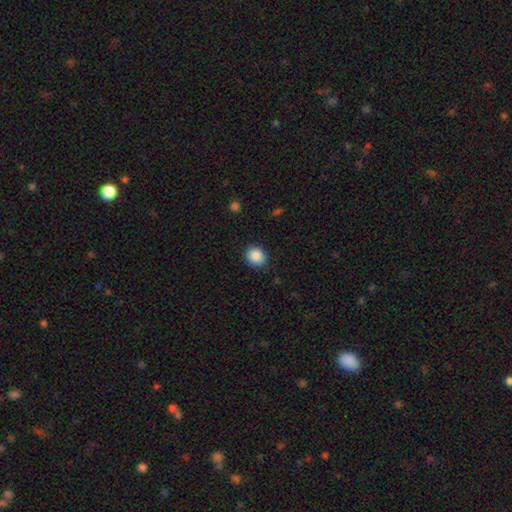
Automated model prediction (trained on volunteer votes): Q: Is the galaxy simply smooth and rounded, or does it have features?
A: smooth — 88%.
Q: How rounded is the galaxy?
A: round — 77%.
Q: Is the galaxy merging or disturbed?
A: none — 88%.